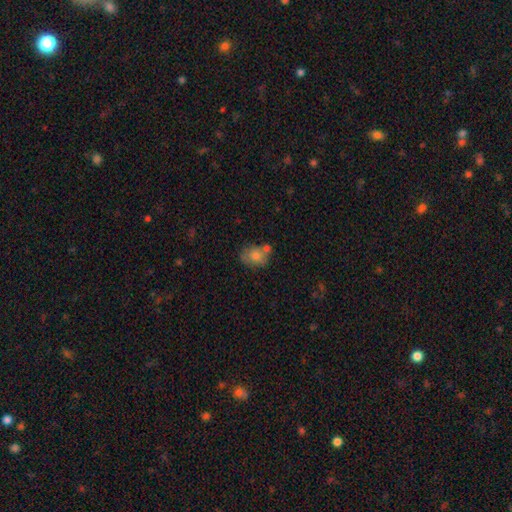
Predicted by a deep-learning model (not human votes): A smooth galaxy with no disk features (75%) that is in between round and cigar-shaped (56%).

Vote fractions:
- Smooth or featured? smooth: 75% / featured or disk: 15% / star or artifact: 10%
- How rounded? in between: 56% / round: 43% / cigar-shaped: 1%
- Merging? none: 55% / merger: 20% / minor disturbance: 19% / major disturbance: 6%